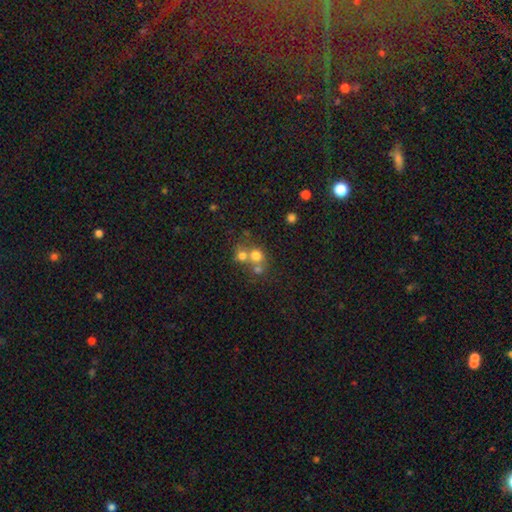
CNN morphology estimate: Q: Smooth or featured?
A: smooth (68%); runner-up: star or artifact (16%)
Q: How rounded?
A: round (84%); runner-up: in between (15%)
Q: Merging?
A: merger (51%); runner-up: none (40%)